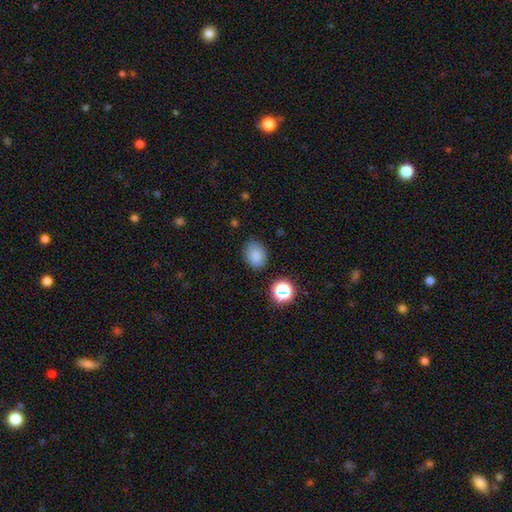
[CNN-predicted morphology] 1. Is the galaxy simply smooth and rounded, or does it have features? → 84% smooth, 11% star or artifact, 5% featured or disk.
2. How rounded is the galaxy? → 67% in between, 32% round, 1% cigar-shaped.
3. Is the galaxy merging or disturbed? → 78% none, 16% minor disturbance, 4% major disturbance, 3% merger.